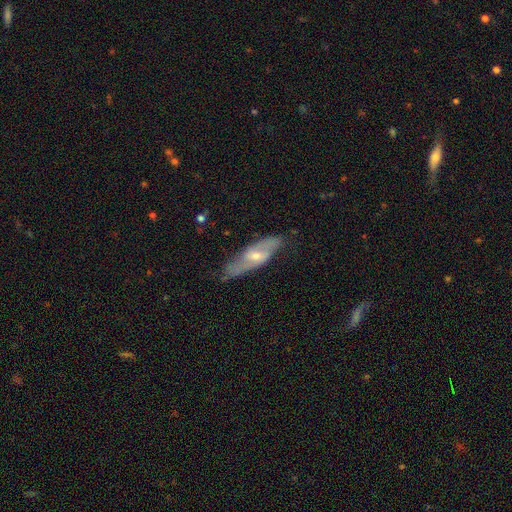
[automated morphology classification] smooth_or_featured: featured or disk (p=0.64) [alt: smooth p=0.30]
disk_edge_on: no (p=0.67) [alt: yes p=0.33]
merging: none (p=0.68) [alt: minor disturbance p=0.24]